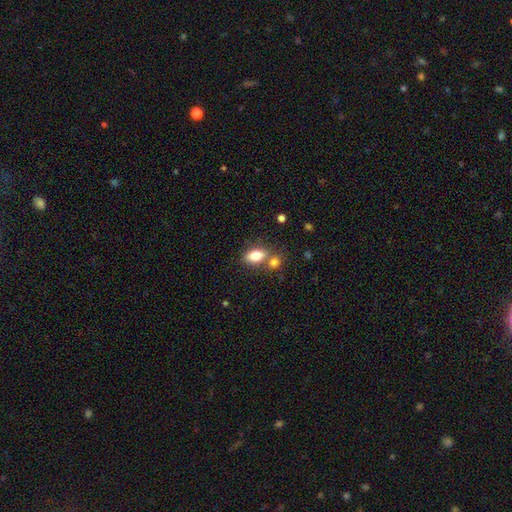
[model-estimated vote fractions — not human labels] Morphology: type=smooth (80%); roundness=in between (87%); merging=none (56%).